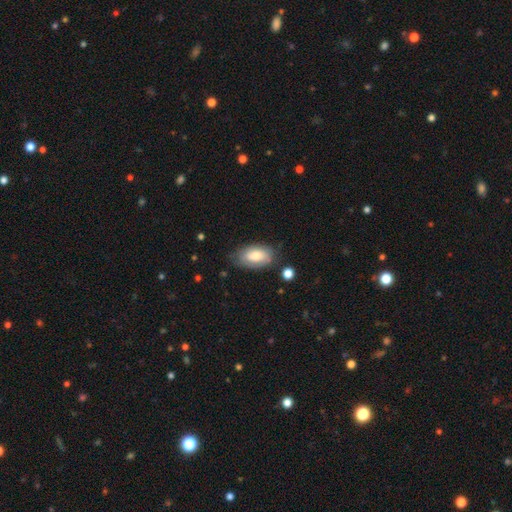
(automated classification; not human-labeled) This is likely a smooth galaxy (70%). How rounded: clearly in between (93%). Merging: likely none (67%).